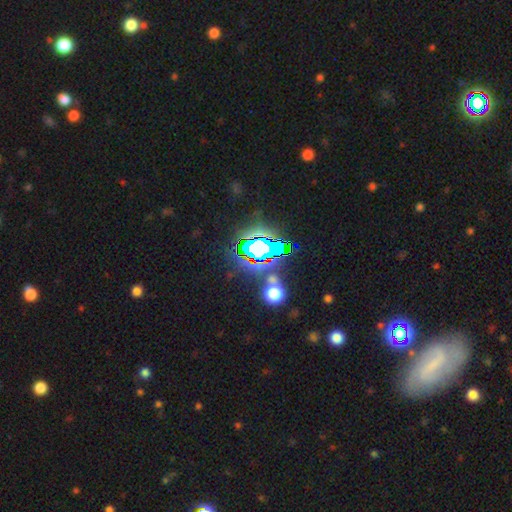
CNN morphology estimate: The model was most divided on "smooth or featured": star or artifact: 76%, smooth: 14%, featured or disk: 10%.